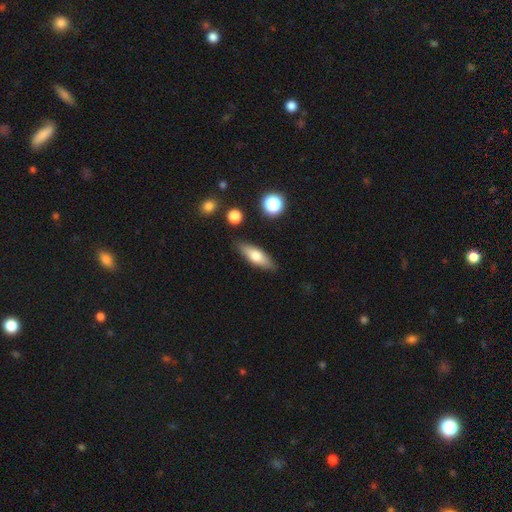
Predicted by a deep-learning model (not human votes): Smooth or featured? Predicted: smooth (p=0.65). How rounded? Predicted: in between (p=0.55). Merging? Predicted: none (p=0.84).